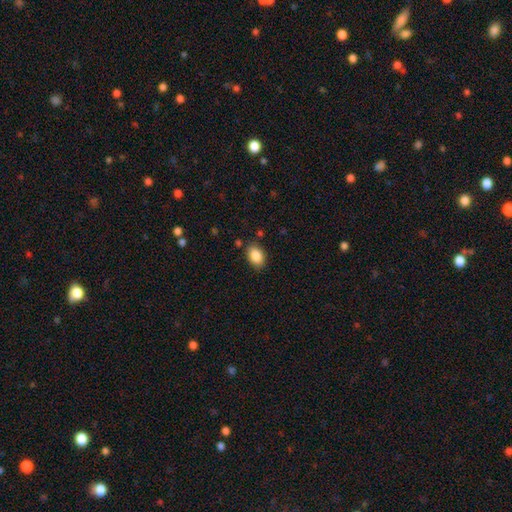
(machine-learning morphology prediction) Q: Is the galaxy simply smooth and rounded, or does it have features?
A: smooth — 87%.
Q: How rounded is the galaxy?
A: in between — 82%.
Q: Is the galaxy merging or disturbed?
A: none — 85%.